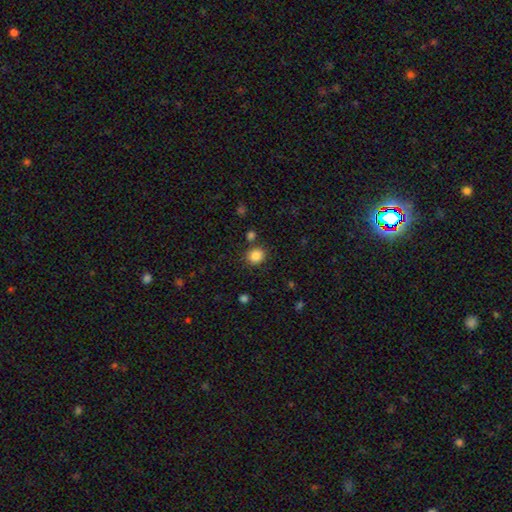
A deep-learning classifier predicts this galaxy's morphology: The model was most divided on "how rounded": round: 75%, in between: 25%, cigar-shaped: 1%. More confident: smooth or featured — smooth (86%); merging — none (81%).